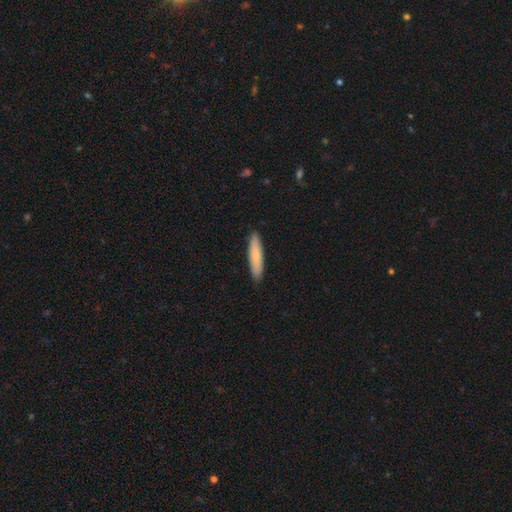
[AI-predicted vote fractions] smooth_or_featured: smooth (p=0.79) [alt: featured or disk p=0.16]
how_rounded: cigar-shaped (p=0.85) [alt: in between p=0.14]
merging: none (p=0.91) [alt: minor disturbance p=0.07]